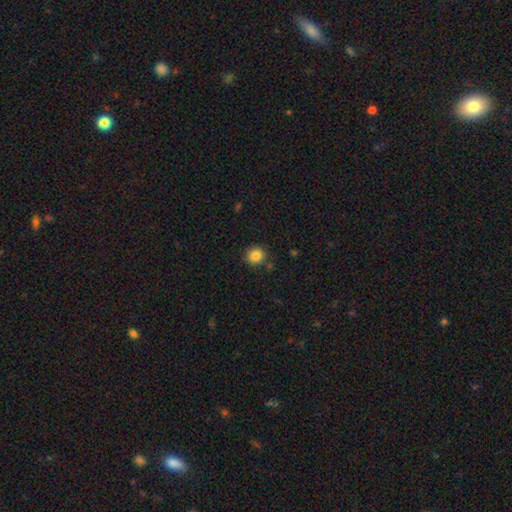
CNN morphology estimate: smooth_or_featured: smooth (p=0.85) [alt: star or artifact p=0.10]
how_rounded: round (p=0.90) [alt: in between p=0.09]
merging: none (p=0.85) [alt: minor disturbance p=0.10]